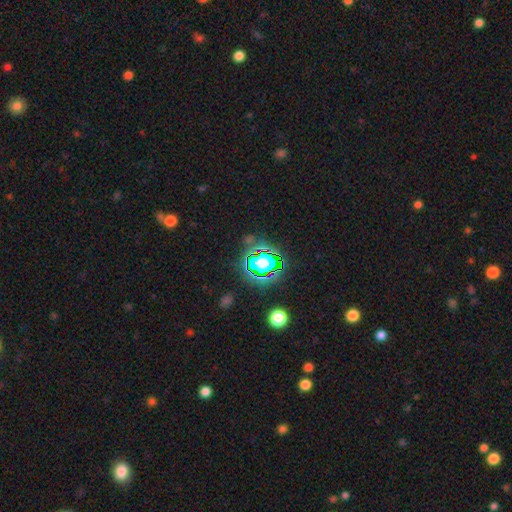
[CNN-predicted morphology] Q: Smooth or featured?
A: star or artifact (80%); runner-up: smooth (12%)